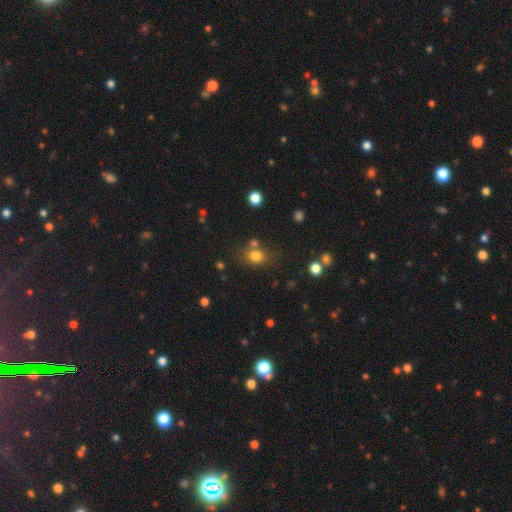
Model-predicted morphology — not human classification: This appears to be a smooth galaxy with no disk features (77%) that is round (63%). Merging: none (65%).